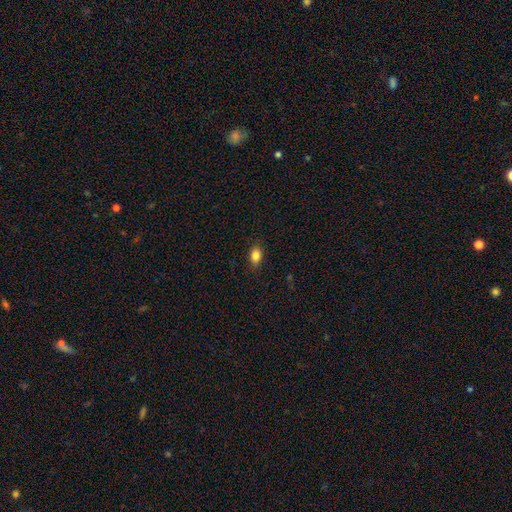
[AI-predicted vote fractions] smooth-or-featured: smooth: 85% | star or artifact: 10% | featured or disk: 6%
  how-rounded: in between: 81% | round: 17% | cigar-shaped: 2%
  merging: none: 87% | minor disturbance: 10% | major disturbance: 2% | merger: 1%